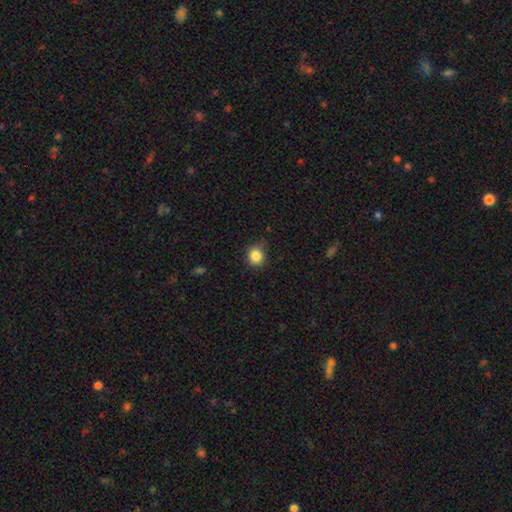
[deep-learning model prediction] Smooth or featured? smooth (85%)
How rounded? round (81%)
Merging? none (79%)